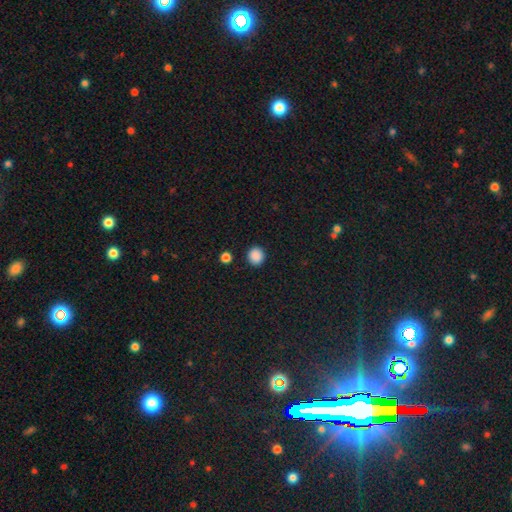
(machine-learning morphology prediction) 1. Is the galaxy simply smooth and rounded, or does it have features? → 88% smooth, 10% star or artifact, 2% featured or disk.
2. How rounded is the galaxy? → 90% round, 9% in between, 1% cigar-shaped.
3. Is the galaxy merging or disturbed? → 90% none, 6% minor disturbance, 2% major disturbance, 2% merger.